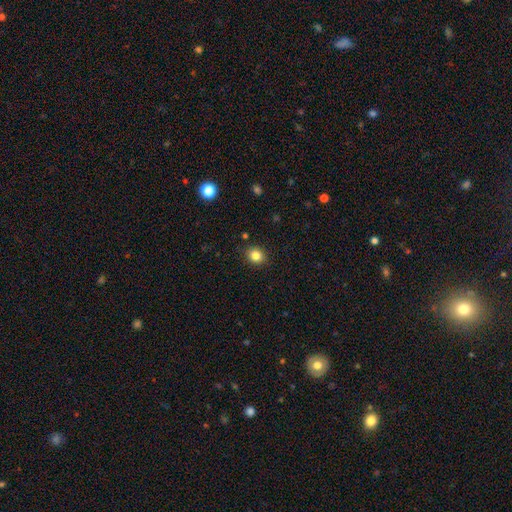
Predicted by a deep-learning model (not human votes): smooth_or_featured: smooth (p=0.83) [alt: star or artifact p=0.11]
how_rounded: round (p=0.75) [alt: in between p=0.24]
merging: none (p=0.89) [alt: minor disturbance p=0.08]